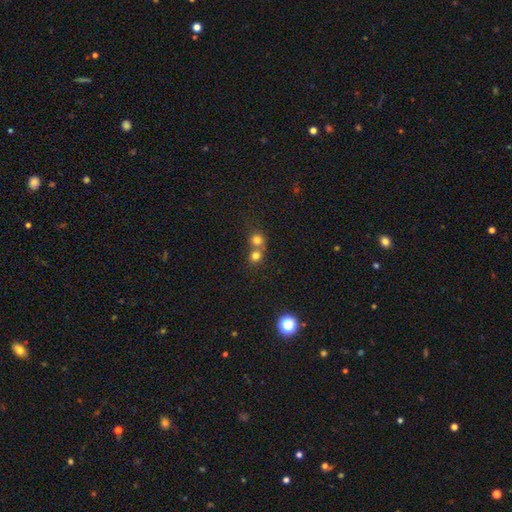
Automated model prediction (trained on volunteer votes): This appears to be a smooth galaxy with no disk features (75%) that is round (84%). Merging: merger (52%).